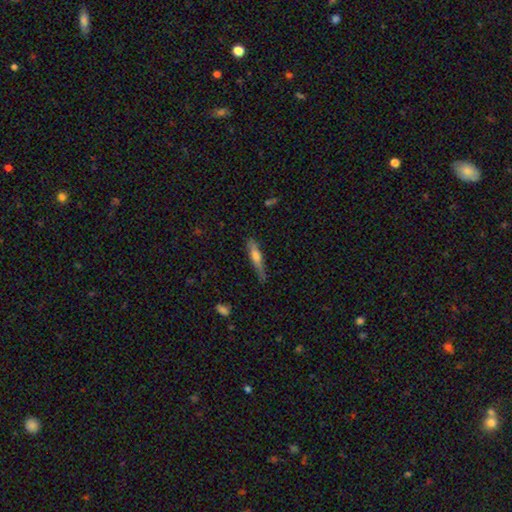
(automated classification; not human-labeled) Q: Smooth or featured?
A: smooth (49%); runner-up: featured or disk (44%)
Q: Merging?
A: none (76%); runner-up: minor disturbance (19%)